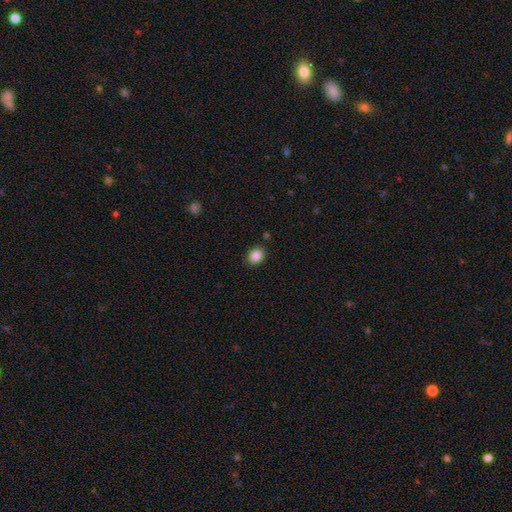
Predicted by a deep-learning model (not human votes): smooth 86%, star or artifact 9%, featured or disk 5%. Down the decision tree: how rounded — round (51%); merging — none (87%).